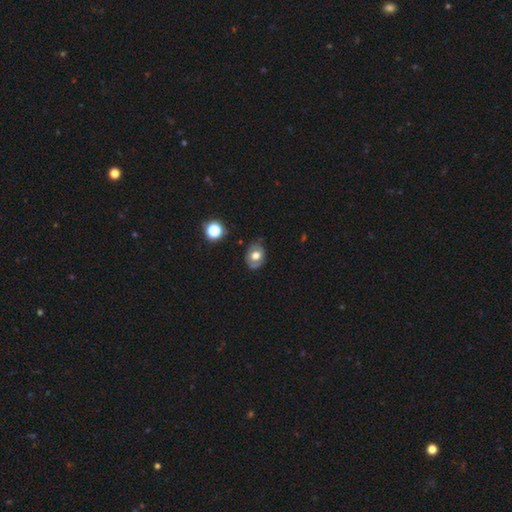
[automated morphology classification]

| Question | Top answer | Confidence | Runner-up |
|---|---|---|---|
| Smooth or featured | smooth | 55% | featured or disk (36%) |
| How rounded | in between | 58% | round (41%) |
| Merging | none | 75% | minor disturbance (18%) |